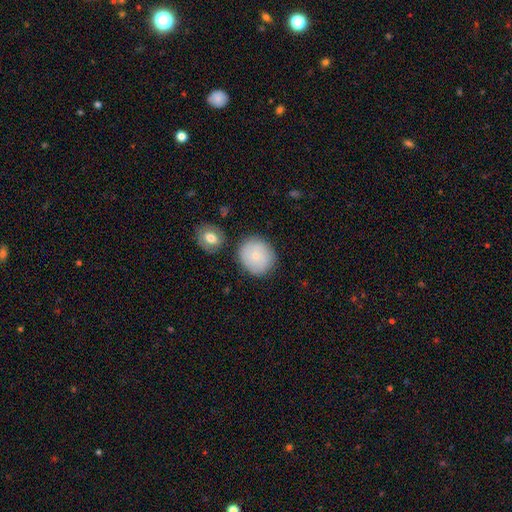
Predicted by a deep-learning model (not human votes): Morphology: type=smooth (74%); roundness=round (79%); merging=none (77%).